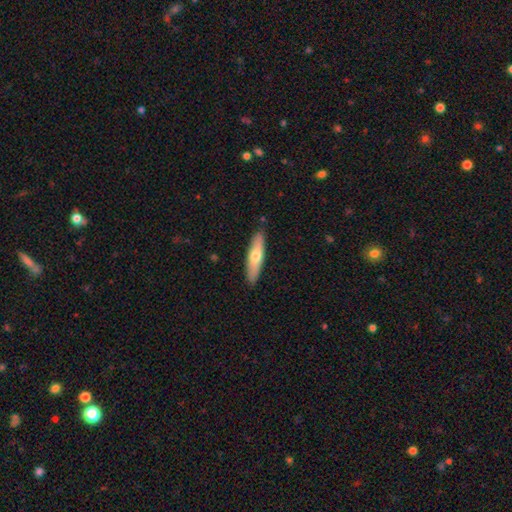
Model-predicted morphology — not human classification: Smooth or featured?
  - smooth: 62% *
  - featured or disk: 32%
  - star or artifact: 5%
How rounded?
  - cigar-shaped: 72% *
  - in between: 26%
  - round: 2%
Merging?
  - none: 88% *
  - minor disturbance: 9%
  - major disturbance: 2%
  - merger: 1%